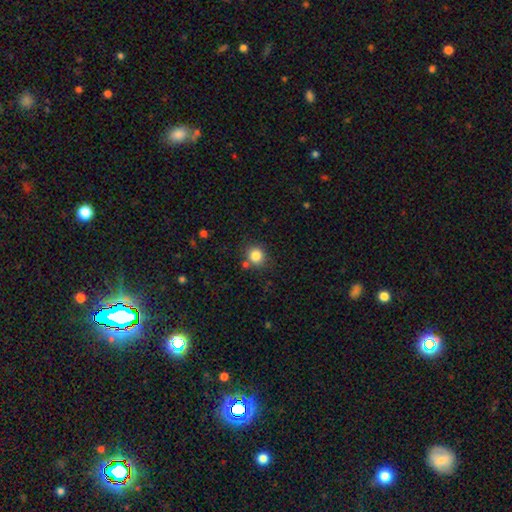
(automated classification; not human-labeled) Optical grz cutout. It shows a smooth galaxy with no disk features (84%) that is round (85%). Merging: none (78%).